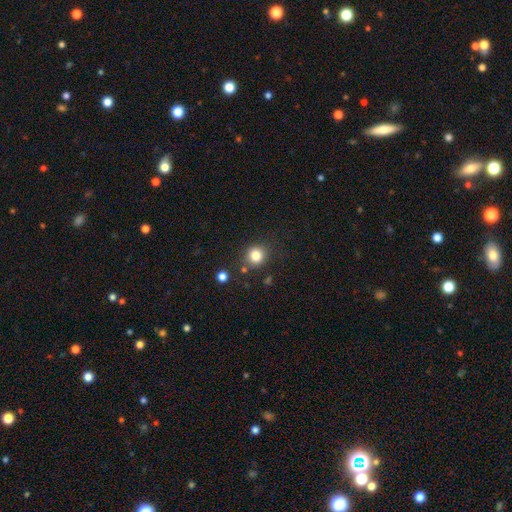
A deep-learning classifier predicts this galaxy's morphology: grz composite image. It shows a smooth galaxy with no disk features (83%) that is round (88%). Merging: none (82%).